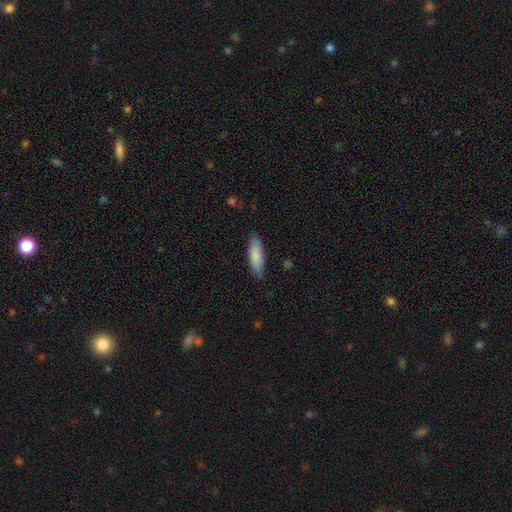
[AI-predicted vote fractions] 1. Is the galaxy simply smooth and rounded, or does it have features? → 85% smooth, 10% featured or disk, 6% star or artifact.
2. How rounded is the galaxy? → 58% in between, 40% cigar-shaped, 2% round.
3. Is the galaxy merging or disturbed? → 83% none, 13% minor disturbance, 2% major disturbance, 1% merger.